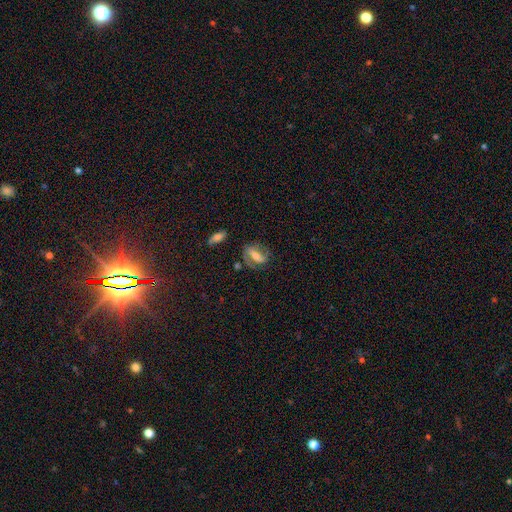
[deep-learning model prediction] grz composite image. It shows a featured or disk galaxy (61%) with a strong bar (54%), spiral arms (79%) and a moderate central bulge (47%). Merging: none (67%).